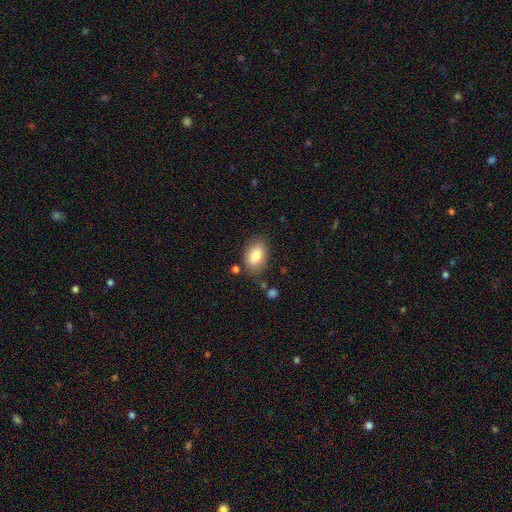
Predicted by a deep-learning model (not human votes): A smooth galaxy with no disk features (83%) that is in between round and cigar-shaped (88%). Merging: none (79%).